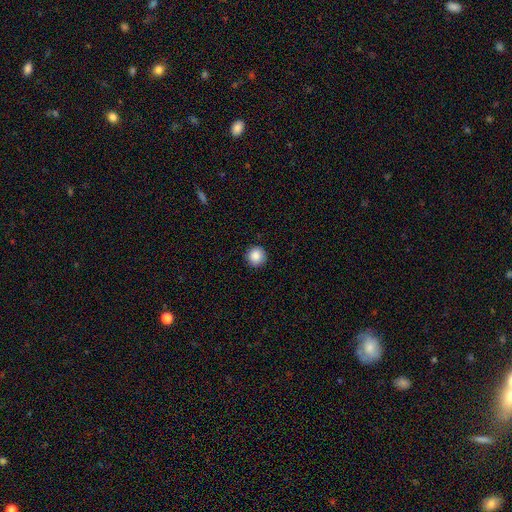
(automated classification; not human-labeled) This appears to be a smooth galaxy with no disk features (87%) that is round (95%). Merging: none (92%).